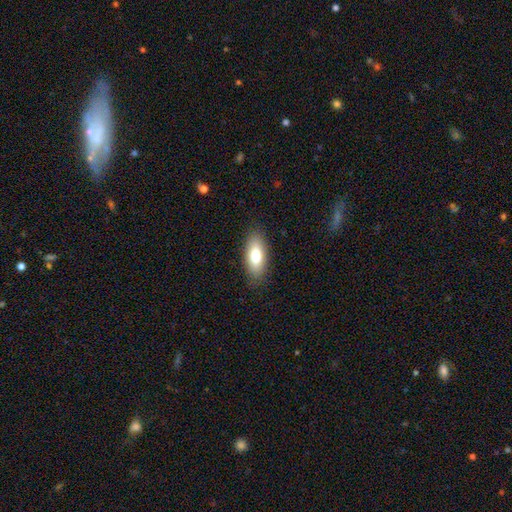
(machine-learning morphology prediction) smooth_or_featured: smooth (p=0.78) [alt: featured or disk p=0.16]
how_rounded: in between (p=0.83) [alt: cigar-shaped p=0.14]
merging: none (p=0.87) [alt: minor disturbance p=0.10]